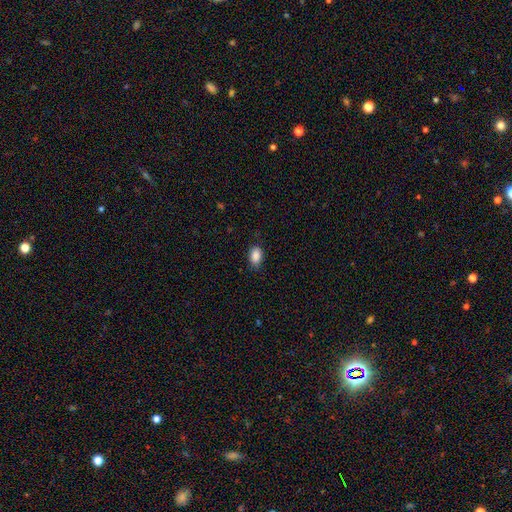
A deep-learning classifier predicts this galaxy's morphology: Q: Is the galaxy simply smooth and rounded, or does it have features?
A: smooth — 89%.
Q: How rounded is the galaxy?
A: in between — 88%.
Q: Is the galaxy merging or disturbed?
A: none — 82%.